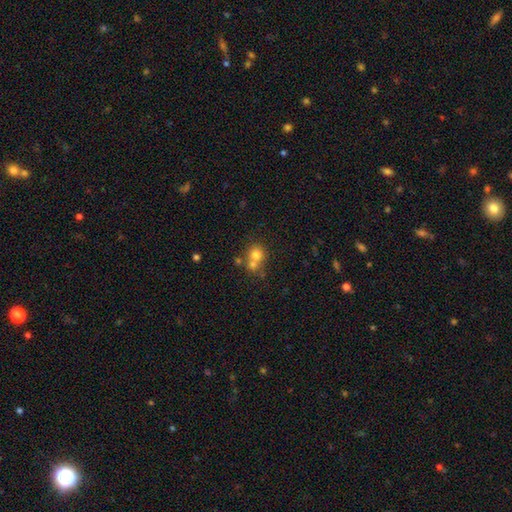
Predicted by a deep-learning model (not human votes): Q: Smooth or featured?
A: smooth (71%); runner-up: featured or disk (15%)
Q: How rounded?
A: round (83%); runner-up: in between (17%)
Q: Merging?
A: merger (50%); runner-up: none (39%)